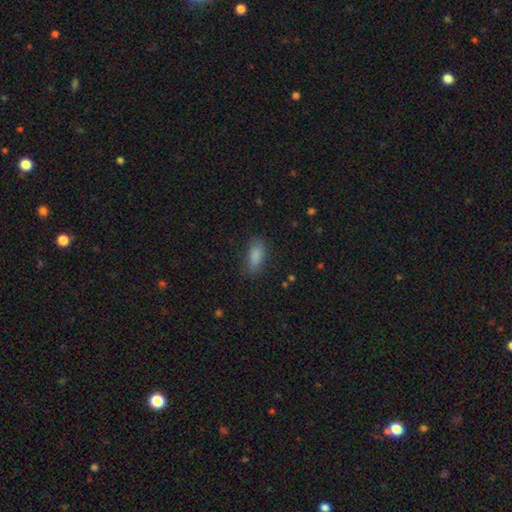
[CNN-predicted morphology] Smooth or featured: smooth — 85% (star or artifact — 8%)
How rounded: in between — 83% (cigar-shaped — 14%)
Merging: none — 76% (minor disturbance — 18%)